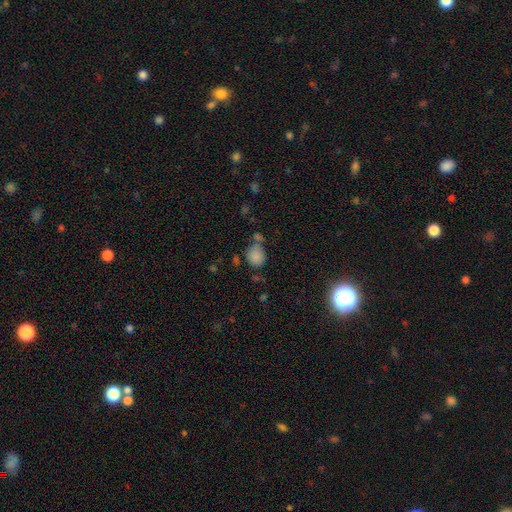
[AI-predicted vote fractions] Smooth or featured? smooth (83%)
How rounded? round (63%)
Merging? none (58%)